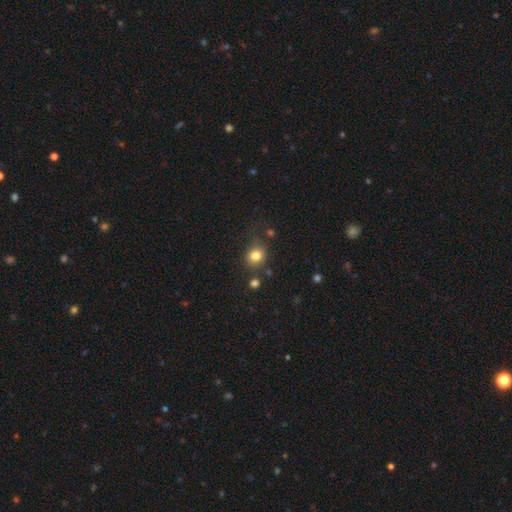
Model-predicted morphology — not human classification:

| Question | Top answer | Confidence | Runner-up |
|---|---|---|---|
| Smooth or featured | smooth | 81% | star or artifact (12%) |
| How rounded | round | 78% | in between (21%) |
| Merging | none | 74% | minor disturbance (15%) |